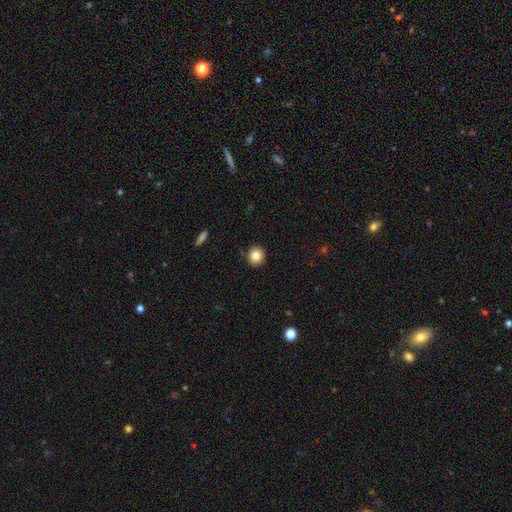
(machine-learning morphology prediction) Q: Smooth or featured?
A: smooth (83%); runner-up: star or artifact (9%)
Q: How rounded?
A: round (88%); runner-up: in between (11%)
Q: Merging?
A: none (90%); runner-up: minor disturbance (7%)